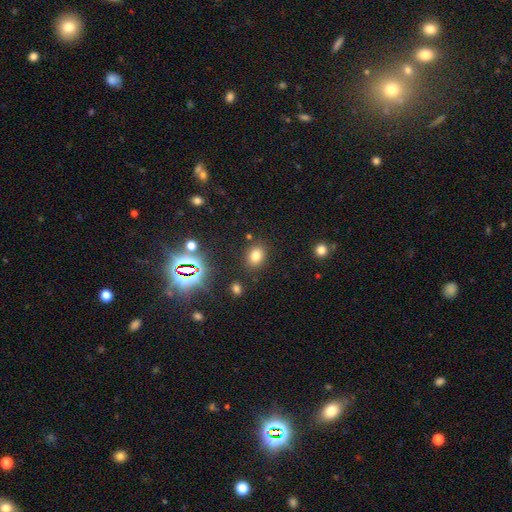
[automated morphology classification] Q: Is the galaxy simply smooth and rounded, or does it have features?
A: smooth — 74%.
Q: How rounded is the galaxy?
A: in between — 57%.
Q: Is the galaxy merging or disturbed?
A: none — 83%.